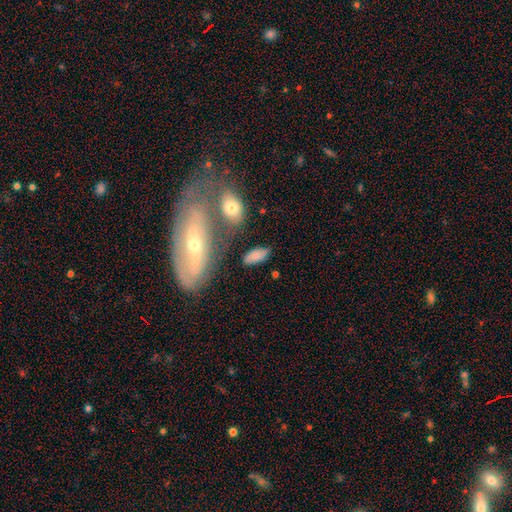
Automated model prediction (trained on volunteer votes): Smooth or featured? Predicted: smooth (p=0.67). How rounded? Predicted: in between (p=0.85). Merging? Predicted: none (p=0.72).